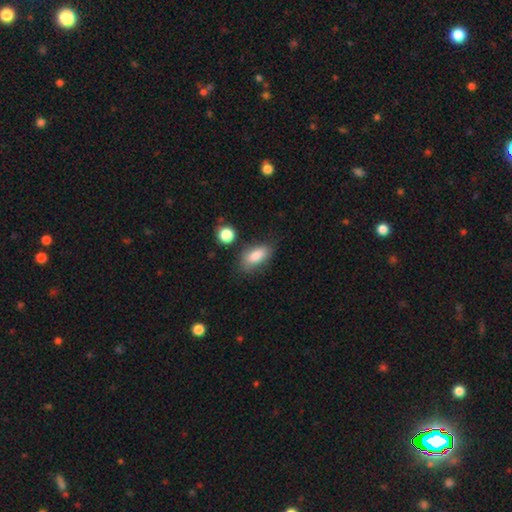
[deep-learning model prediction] Smooth or featured?
  - smooth: 83% *
  - featured or disk: 9%
  - star or artifact: 8%
How rounded?
  - in between: 87% *
  - cigar-shaped: 9%
  - round: 5%
Merging?
  - none: 69% *
  - minor disturbance: 20%
  - major disturbance: 6%
  - merger: 5%